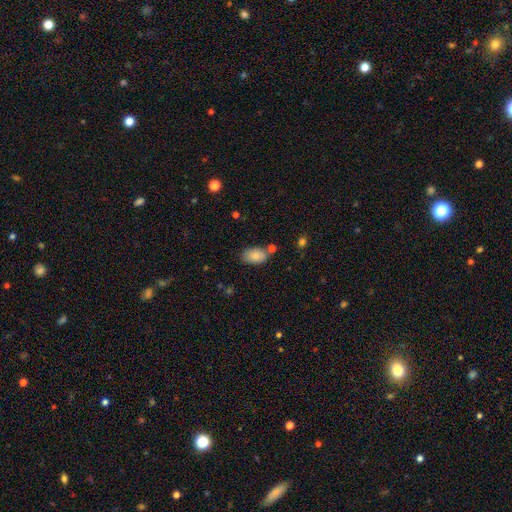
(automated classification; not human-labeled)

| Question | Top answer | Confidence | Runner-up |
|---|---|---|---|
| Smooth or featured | smooth | 83% | featured or disk (10%) |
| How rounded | in between | 93% | round (6%) |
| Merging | none | 73% | minor disturbance (15%) |